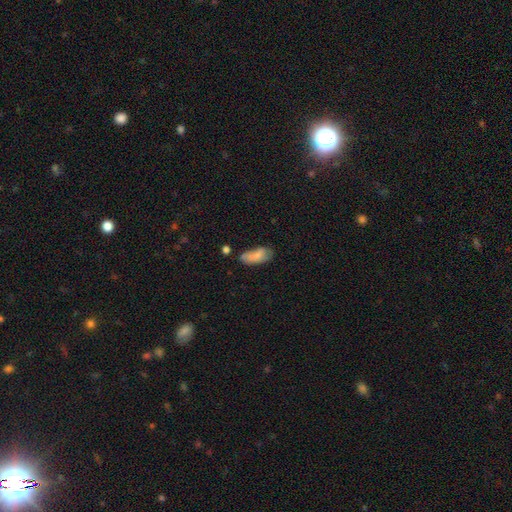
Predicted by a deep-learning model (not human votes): smooth 78%, featured or disk 14%, star or artifact 8%. Down the decision tree: how rounded — in between (86%); merging — none (50%).